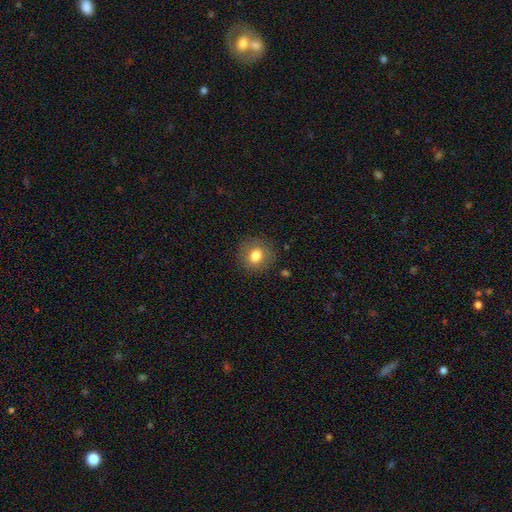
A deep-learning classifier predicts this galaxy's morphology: smooth-or-featured: smooth: 78% | featured or disk: 13% | star or artifact: 9%
  how-rounded: round: 77% | in between: 22% | cigar-shaped: 1%
  merging: none: 85% | minor disturbance: 10% | major disturbance: 3% | merger: 1%